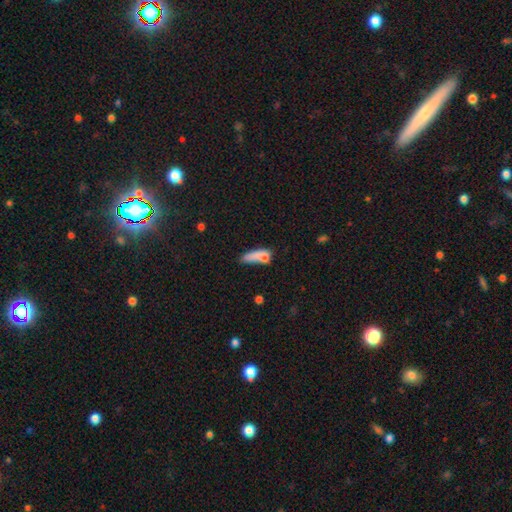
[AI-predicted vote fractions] Q: Smooth or featured?
A: smooth (70%); runner-up: featured or disk (20%)
Q: How rounded?
A: cigar-shaped (46%); runner-up: in between (45%)
Q: Merging?
A: none (29%); runner-up: merger (26%)